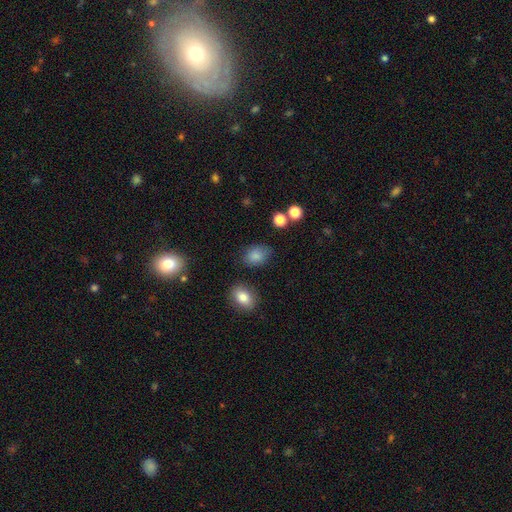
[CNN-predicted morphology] This is clearly a smooth galaxy (85%). How rounded: likely in between (78%). Merging: likely none (76%).